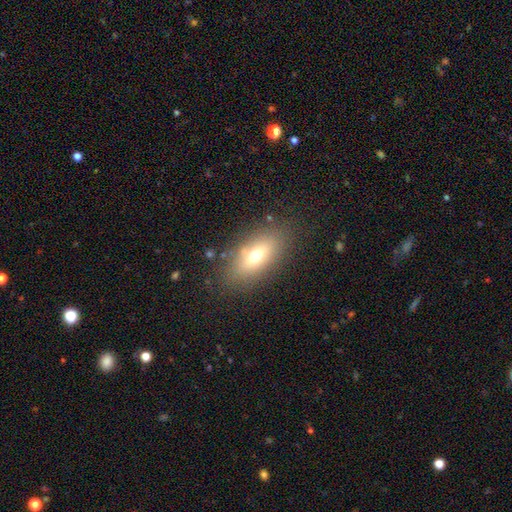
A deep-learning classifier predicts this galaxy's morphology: A smooth galaxy with no disk features (65%) that is in between round and cigar-shaped (81%). Merging: none (81%).